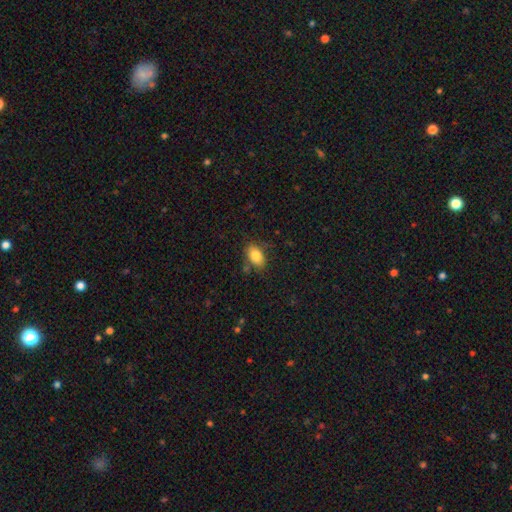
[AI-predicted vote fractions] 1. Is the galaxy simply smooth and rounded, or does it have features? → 83% smooth, 9% featured or disk, 8% star or artifact.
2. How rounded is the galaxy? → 89% in between, 9% round, 2% cigar-shaped.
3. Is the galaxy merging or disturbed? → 78% none, 15% minor disturbance, 4% merger, 4% major disturbance.